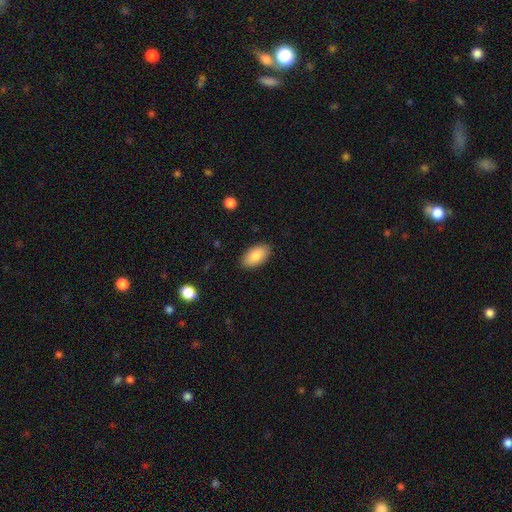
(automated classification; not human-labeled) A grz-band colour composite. It shows a smooth galaxy with no disk features (86%) that is in between round and cigar-shaped (95%). Merging: none (88%).